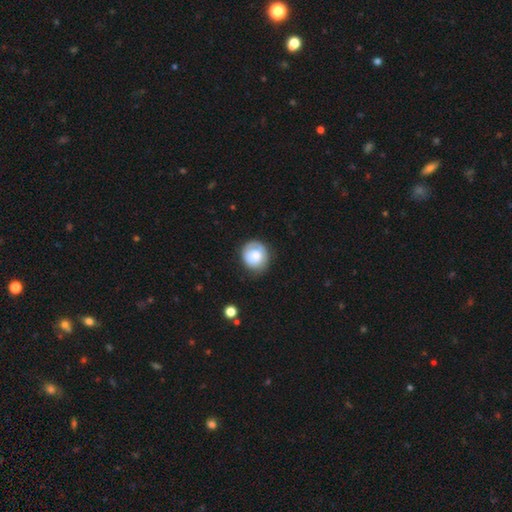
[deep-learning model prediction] Overall: smooth (72%). How rounded: round (82%). Merging: none (70%).